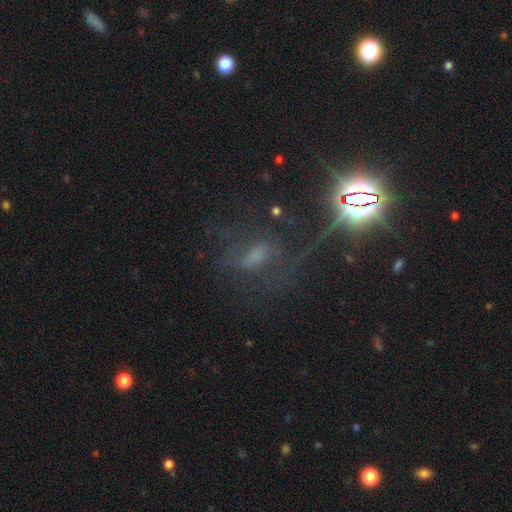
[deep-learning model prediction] Smooth or featured?
  - star or artifact: 42% *
  - featured or disk: 33%
  - smooth: 25%